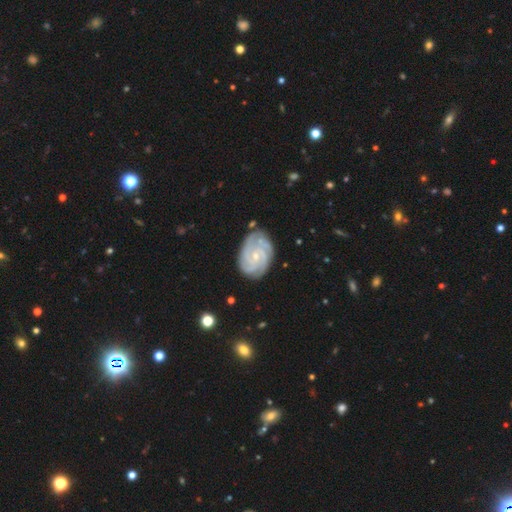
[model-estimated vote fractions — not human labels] Morphology: type=featured or disk (86%); edge-on=no (97%); bar=no (68%); spiral arms=yes (98%); winding=tight (71%); arm count=4 (31%); bulge=small (74%); merging=none (78%).